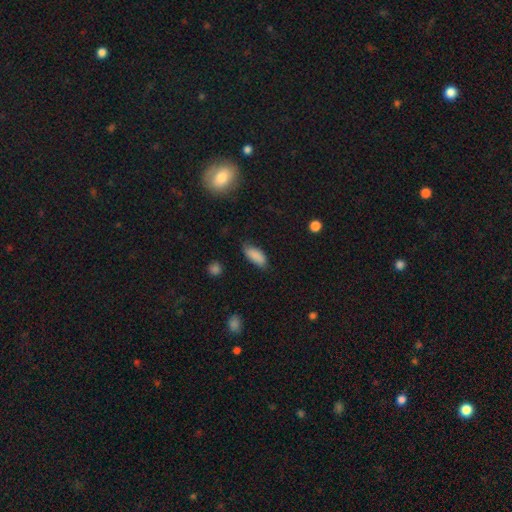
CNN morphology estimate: type=smooth (87%); roundness=in between (84%); merging=none (73%).